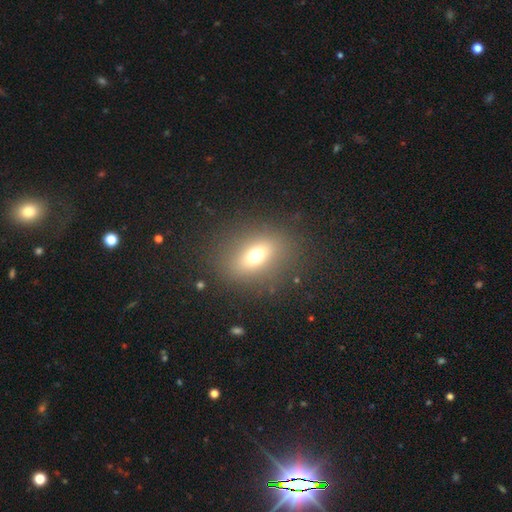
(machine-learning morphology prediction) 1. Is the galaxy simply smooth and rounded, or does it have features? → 65% smooth, 19% featured or disk, 15% star or artifact.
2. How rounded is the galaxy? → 62% in between, 33% round, 4% cigar-shaped.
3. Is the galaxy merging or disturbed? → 84% none, 9% minor disturbance, 6% major disturbance, 1% merger.